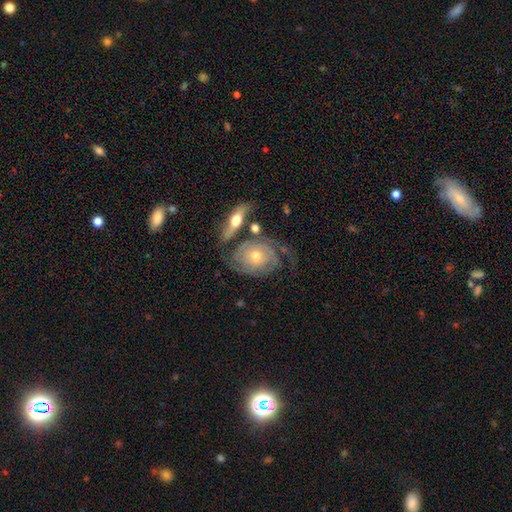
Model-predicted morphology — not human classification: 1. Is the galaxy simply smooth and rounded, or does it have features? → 82% featured or disk, 12% smooth, 6% star or artifact.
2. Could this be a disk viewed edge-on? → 95% no, 5% yes.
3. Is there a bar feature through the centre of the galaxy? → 79% no, 17% weak, 4% strong.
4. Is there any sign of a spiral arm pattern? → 93% yes, 7% no.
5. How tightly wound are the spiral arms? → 64% tight, 26% medium, 10% loose.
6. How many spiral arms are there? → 52% 2, 23% can't tell, 12% 3, 6% 1, 4% 4, 3% more than 4.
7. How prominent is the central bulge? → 48% moderate, 47% small, 3% large, 1% none, 1% dominant.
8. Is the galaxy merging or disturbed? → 55% none, 18% minor disturbance, 14% major disturbance, 13% merger.